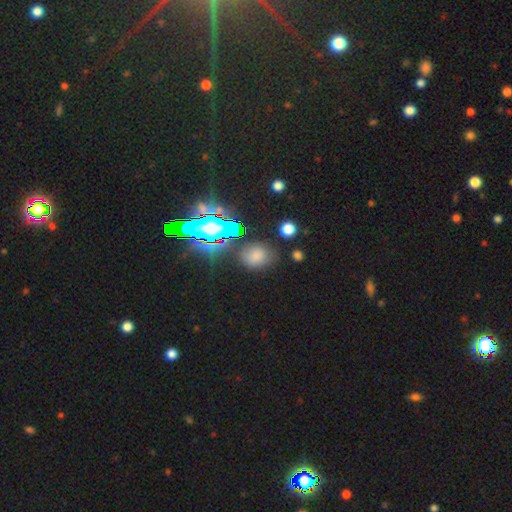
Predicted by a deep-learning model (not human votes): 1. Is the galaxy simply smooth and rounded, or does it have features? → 65% smooth, 26% star or artifact, 9% featured or disk.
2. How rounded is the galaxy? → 56% round, 42% in between, 2% cigar-shaped.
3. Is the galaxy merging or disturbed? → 77% none, 14% minor disturbance, 5% major disturbance, 3% merger.